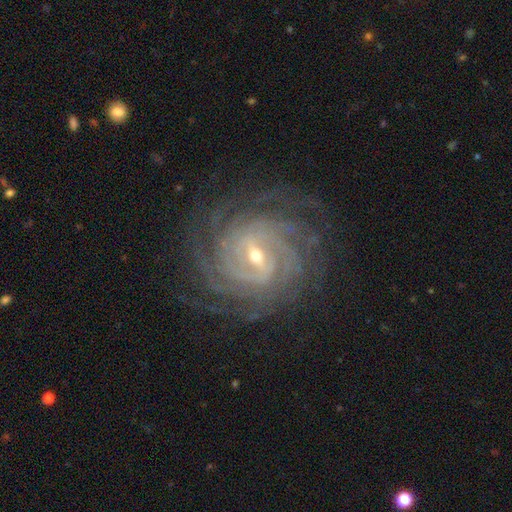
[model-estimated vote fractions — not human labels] Overall: featured or disk (92%). Edge-on disk: no (97%). Bar: weak (46%; strong 40%). Spiral arms: yes (98%). Spiral arm count: 4 (27%; more than 4 26%). Spiral winding: tight (82%). Bulge size: small (62%; moderate 35%). Merging: none (84%).